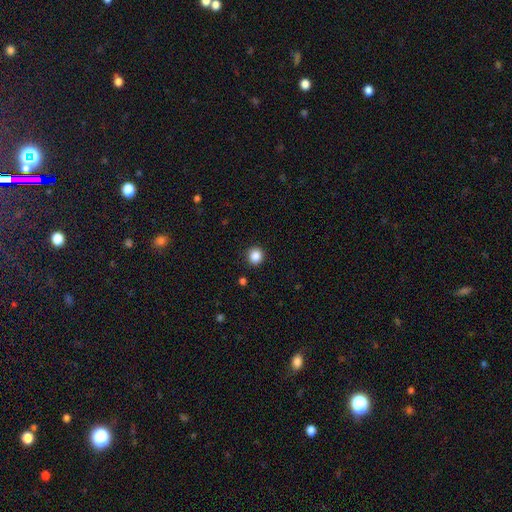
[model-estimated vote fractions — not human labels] Morphology: type=smooth (86%); roundness=round (90%); merging=none (91%).